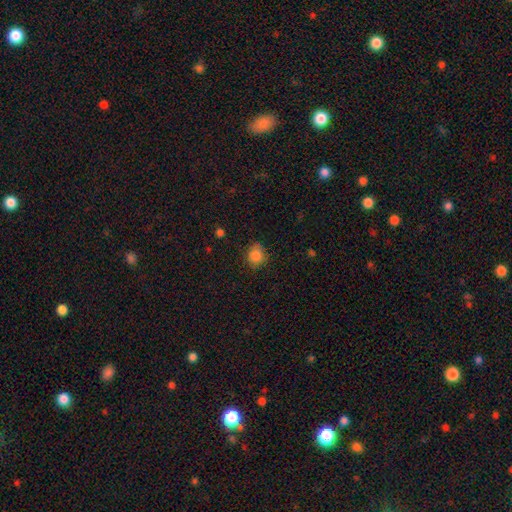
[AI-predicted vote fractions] Morphology: type=smooth (84%); roundness=round (76%); merging=none (77%).